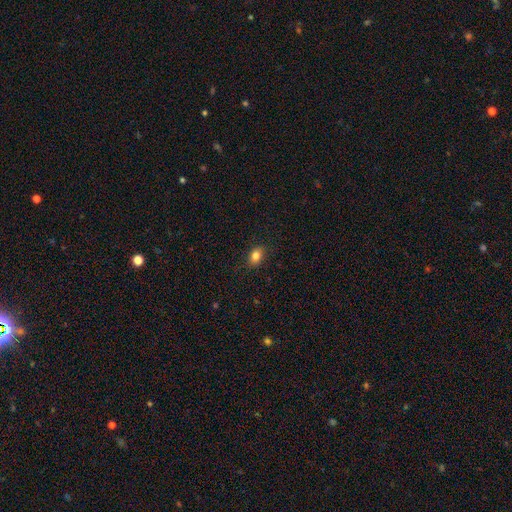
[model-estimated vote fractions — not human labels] A smooth galaxy with no disk features (83%) that is in between round and cigar-shaped (71%).

Vote fractions:
- Smooth or featured? smooth: 83% / star or artifact: 10% / featured or disk: 7%
- How rounded? in between: 71% / round: 27% / cigar-shaped: 2%
- Merging? none: 86% / minor disturbance: 11% / major disturbance: 2% / merger: 1%